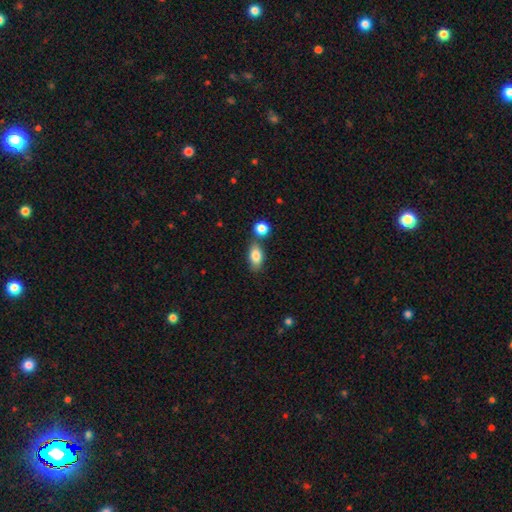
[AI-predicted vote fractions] Smooth or featured? smooth (84%)
How rounded? in between (88%)
Merging? none (67%)